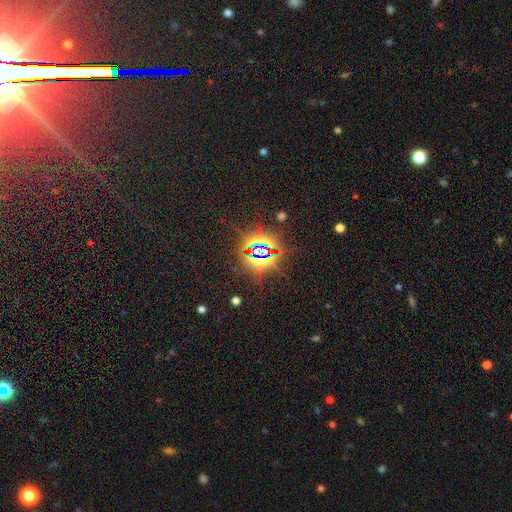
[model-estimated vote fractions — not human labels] This appears to be a star or artifact, not a galaxy (83%).